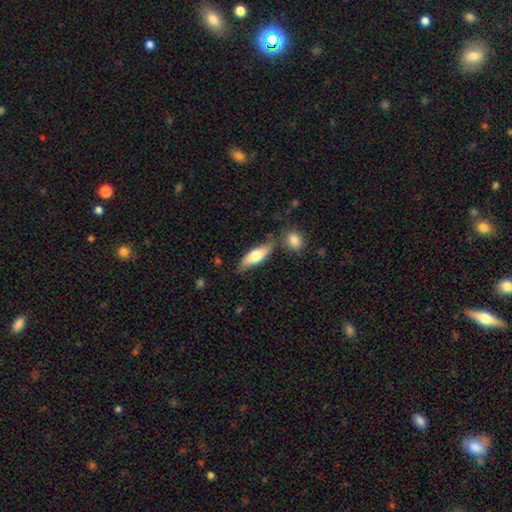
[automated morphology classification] Smooth or featured? smooth (69%)
How rounded? in between (58%)
Merging? none (71%)